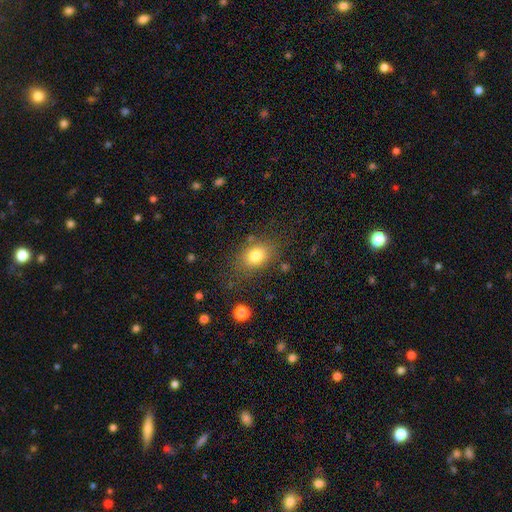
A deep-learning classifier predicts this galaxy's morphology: This is likely a smooth galaxy (79%). How rounded: likely in between (68%). Merging: likely none (76%).